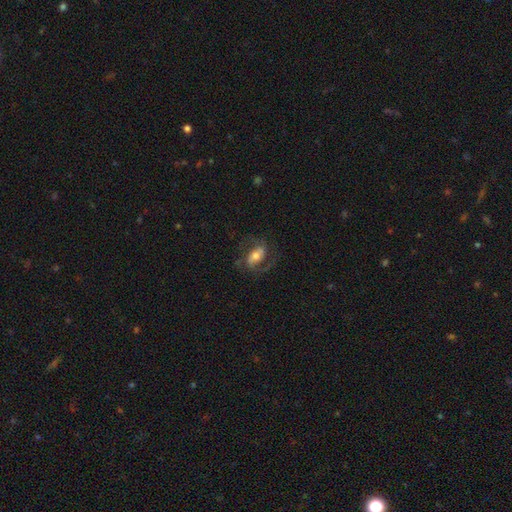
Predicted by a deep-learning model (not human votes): Q: Smooth or featured?
A: featured or disk (66%); runner-up: smooth (27%)
Q: Edge-on disk?
A: no (95%); runner-up: yes (5%)
Q: Bar?
A: weak (36%); runner-up: no (34%)
Q: Spiral arms?
A: yes (88%); runner-up: no (12%)
Q: Spiral winding?
A: medium (50%); runner-up: loose (33%)
Q: Spiral arm count?
A: 2 (82%); runner-up: 1 (7%)
Q: Bulge size?
A: moderate (59%); runner-up: small (19%)
Q: Merging?
A: none (62%); runner-up: major disturbance (18%)